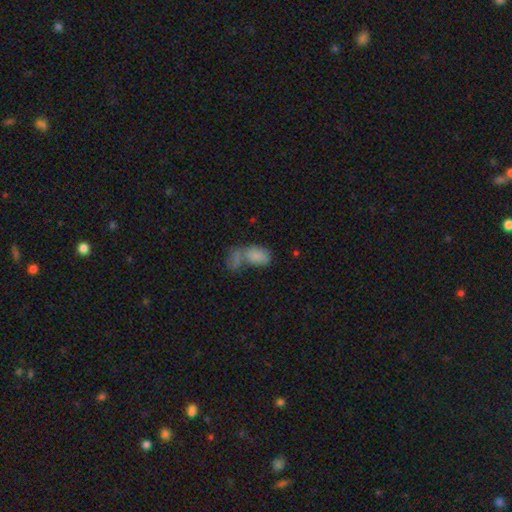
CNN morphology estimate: smooth-or-featured: smooth: 80% | featured or disk: 11% | star or artifact: 9%
  how-rounded: in between: 91% | round: 7% | cigar-shaped: 2%
  merging: merger: 56% | none: 23% | minor disturbance: 11% | major disturbance: 10%